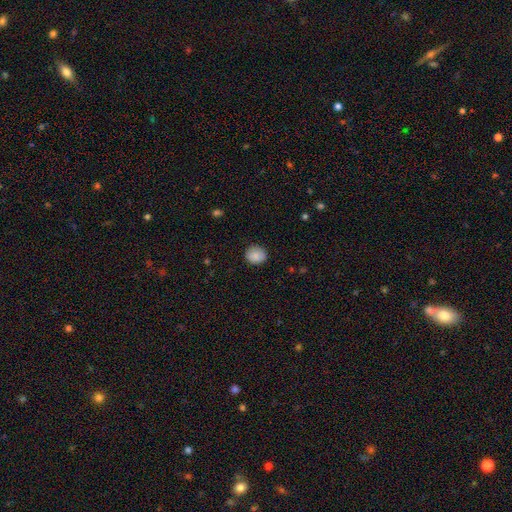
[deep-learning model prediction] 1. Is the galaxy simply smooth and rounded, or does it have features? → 87% smooth, 8% star or artifact, 5% featured or disk.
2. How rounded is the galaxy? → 80% round, 19% in between, 1% cigar-shaped.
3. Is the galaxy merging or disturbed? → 85% none, 11% minor disturbance, 3% major disturbance, 1% merger.